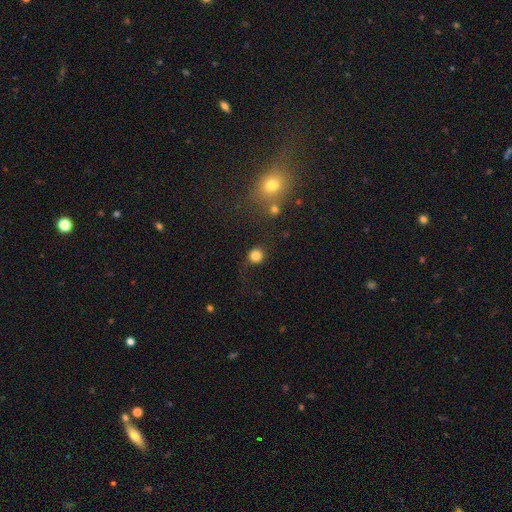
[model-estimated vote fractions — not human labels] A smooth galaxy with no disk features (83%) that is round (91%). Merging: none (81%).